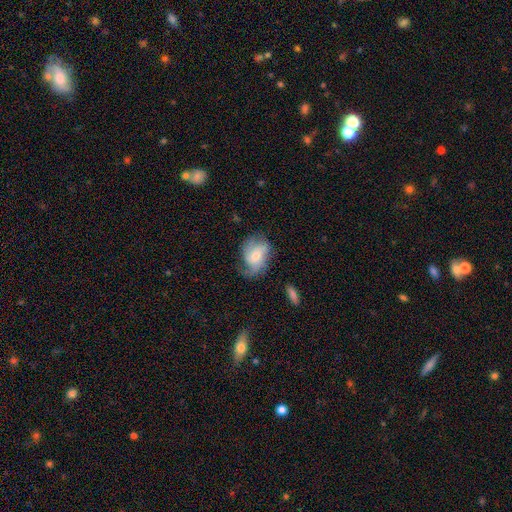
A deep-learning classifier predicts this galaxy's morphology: Smooth or featured?
  - featured or disk: 54% *
  - smooth: 39%
  - star or artifact: 8%
Edge-on disk?
  - no: 96% *
  - yes: 4%
Bar?
  - no: 65% *
  - weak: 29%
  - strong: 6%
Spiral arms?
  - yes: 84% *
  - no: 16%
Bulge size?
  - moderate: 45% *
  - small: 31%
  - large: 14%
  - none: 8%
  - dominant: 2%
Merging?
  - none: 50% *
  - minor disturbance: 28%
  - major disturbance: 20%
  - merger: 2%